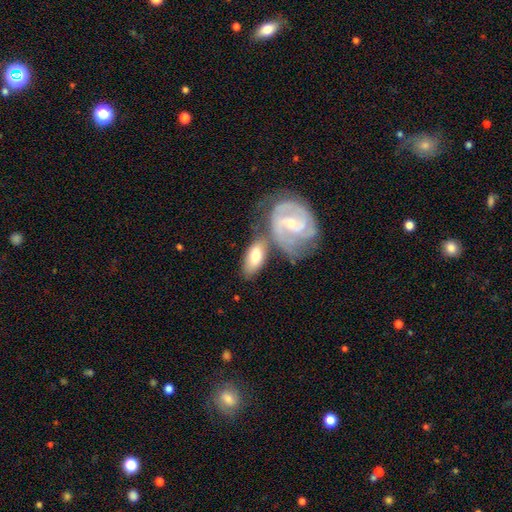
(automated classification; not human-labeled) Smooth or featured? smooth (51%)
How rounded? in between (87%)
Merging? none (44%)